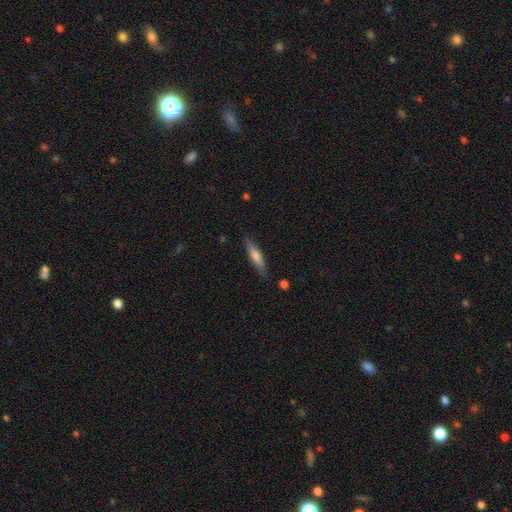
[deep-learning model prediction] Morphology: type=smooth (58%); roundness=cigar-shaped (86%); merging=none (86%).